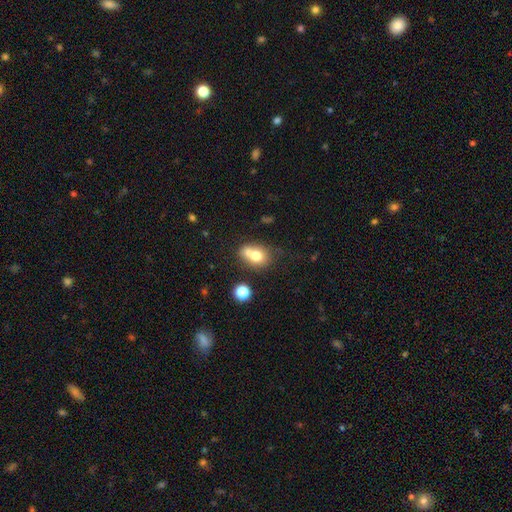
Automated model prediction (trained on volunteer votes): Smooth or featured? Predicted: smooth (p=0.70). How rounded? Predicted: in between (p=0.51). Merging? Predicted: merger (p=0.45).